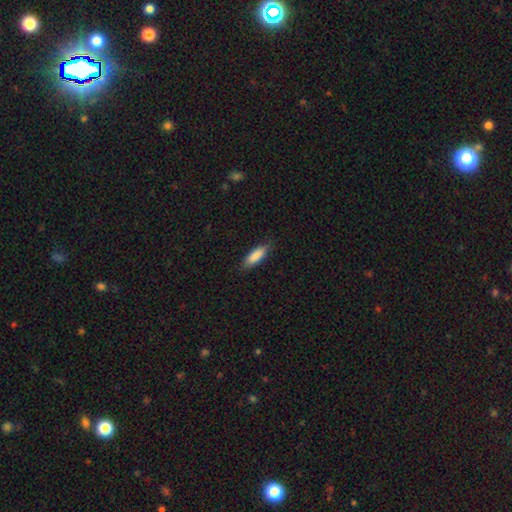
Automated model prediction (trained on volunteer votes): Smooth or featured: smooth — 86% (featured or disk — 8%)
How rounded: in between — 53% (cigar-shaped — 46%)
Merging: none — 84% (minor disturbance — 13%)